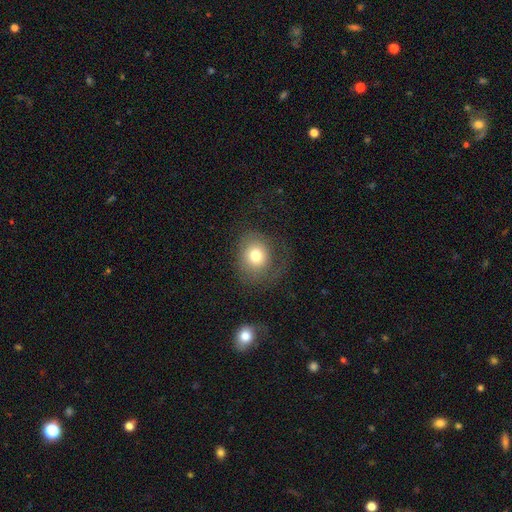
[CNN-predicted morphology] smooth 71%, featured or disk 19%, star or artifact 10%. Down the decision tree: how rounded — round (71%); merging — none (56%).